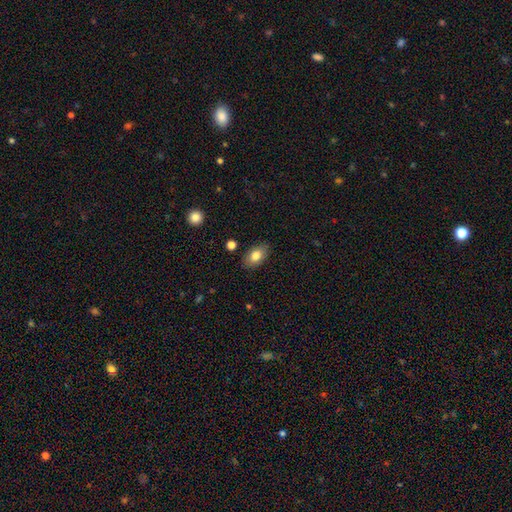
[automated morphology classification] smooth 80%, featured or disk 12%, star or artifact 8%. Down the decision tree: how rounded — in between (90%); merging — none (85%).